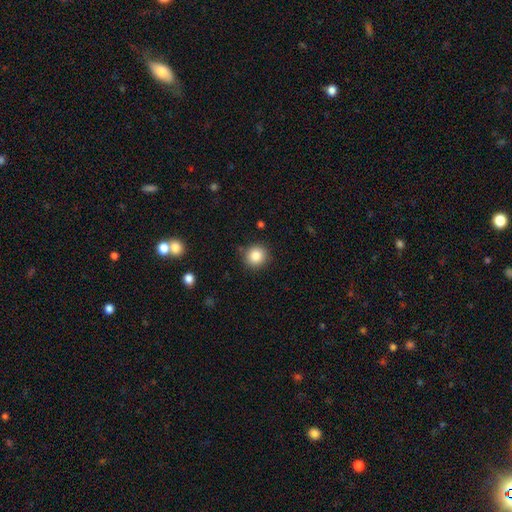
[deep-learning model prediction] smooth 85%, star or artifact 10%, featured or disk 5%. Down the decision tree: how rounded — round (90%); merging — none (87%).